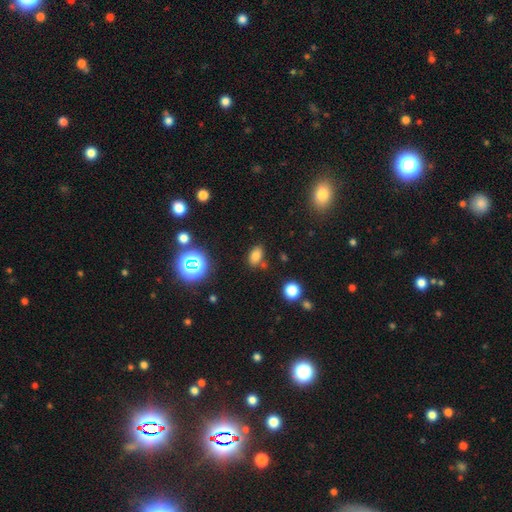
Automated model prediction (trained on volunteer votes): A smooth galaxy with no disk features (74%) that is in between round and cigar-shaped (85%).

Vote fractions:
- Smooth or featured? smooth: 74% / star or artifact: 18% / featured or disk: 8%
- How rounded? in between: 85% / round: 13% / cigar-shaped: 2%
- Merging? none: 74% / minor disturbance: 14% / merger: 8% / major disturbance: 4%